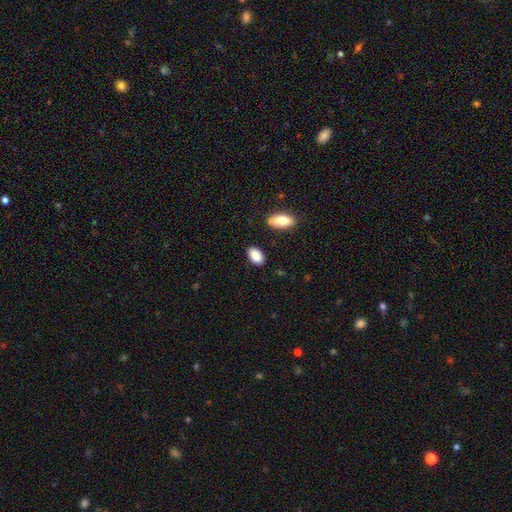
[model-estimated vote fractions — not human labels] smooth 89%, star or artifact 7%, featured or disk 5%. Down the decision tree: how rounded — in between (92%); merging — none (86%).